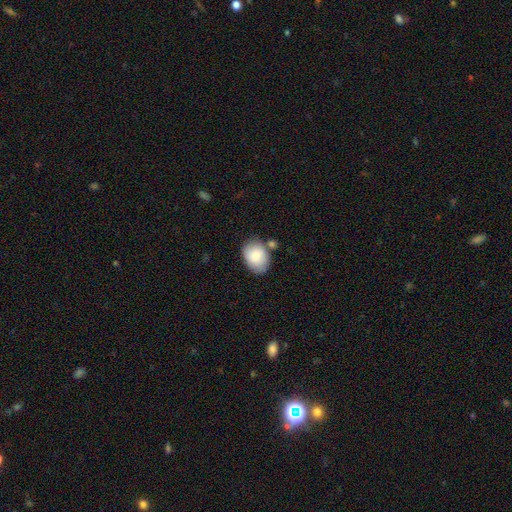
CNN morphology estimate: This is clearly a smooth galaxy (85%). How rounded: likely in between (75%). Merging: likely none (67%).